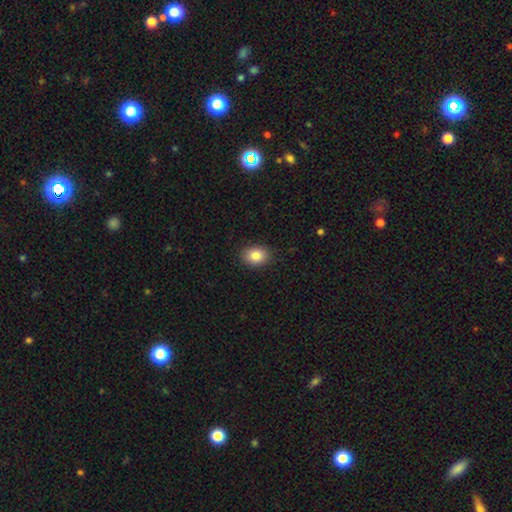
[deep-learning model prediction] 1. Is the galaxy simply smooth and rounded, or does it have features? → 85% smooth, 9% star or artifact, 6% featured or disk.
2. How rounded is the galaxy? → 65% in between, 34% round, 1% cigar-shaped.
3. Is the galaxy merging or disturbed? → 88% none, 9% minor disturbance, 2% major disturbance, 1% merger.